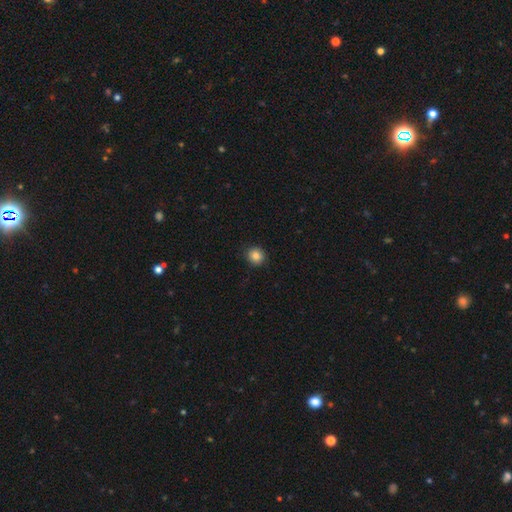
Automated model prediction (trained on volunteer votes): Smooth or featured: smooth — 85% (star or artifact — 10%)
How rounded: round — 89% (in between — 10%)
Merging: none — 91% (minor disturbance — 6%)